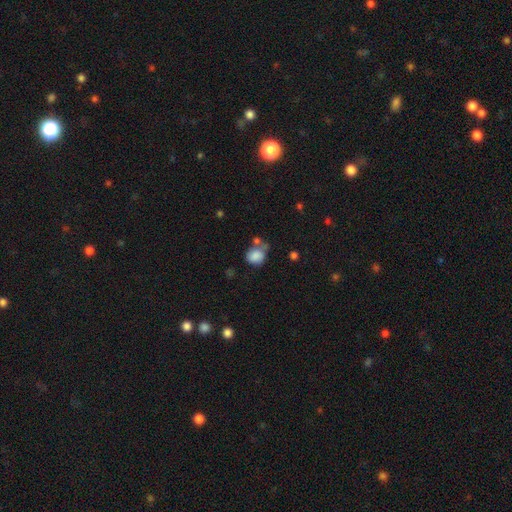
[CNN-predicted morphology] smooth_or_featured: smooth (p=0.83) [alt: star or artifact p=0.09]
how_rounded: round (p=0.65) [alt: in between p=0.34]
merging: none (p=0.47) [alt: minor disturbance p=0.23]